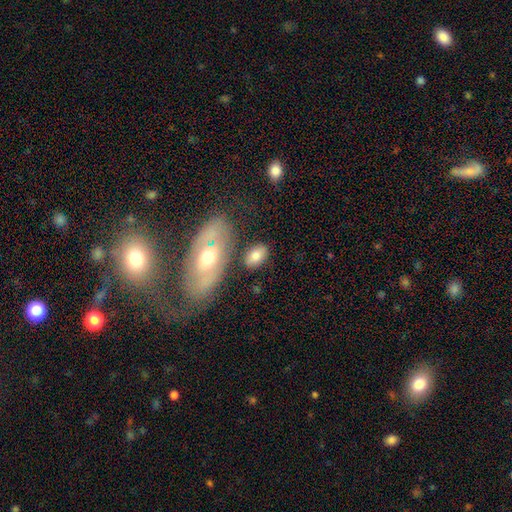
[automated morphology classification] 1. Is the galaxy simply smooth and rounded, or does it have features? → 75% smooth, 18% featured or disk, 7% star or artifact.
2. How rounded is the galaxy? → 89% in between, 9% round, 2% cigar-shaped.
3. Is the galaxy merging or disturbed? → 72% none, 14% minor disturbance, 10% merger, 5% major disturbance.